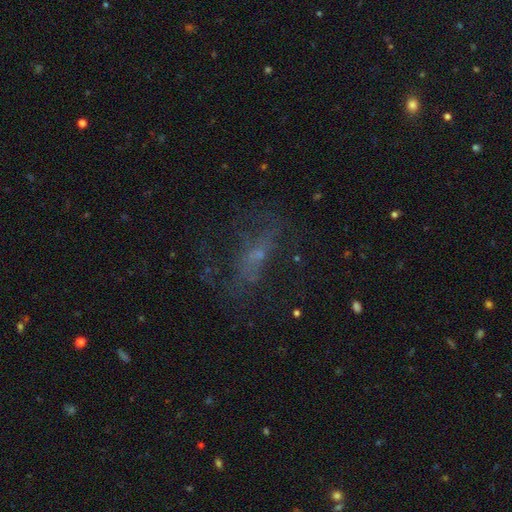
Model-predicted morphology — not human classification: The model was most divided on "smooth or featured": featured or disk: 44%, smooth: 31%, star or artifact: 25%. Remaining: merging — none (50%).